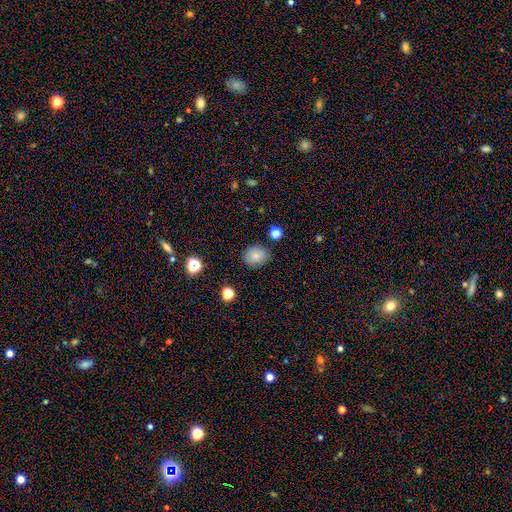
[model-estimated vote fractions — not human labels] A smooth galaxy with no disk features (82%) that is round (59%). Merging: none (84%).